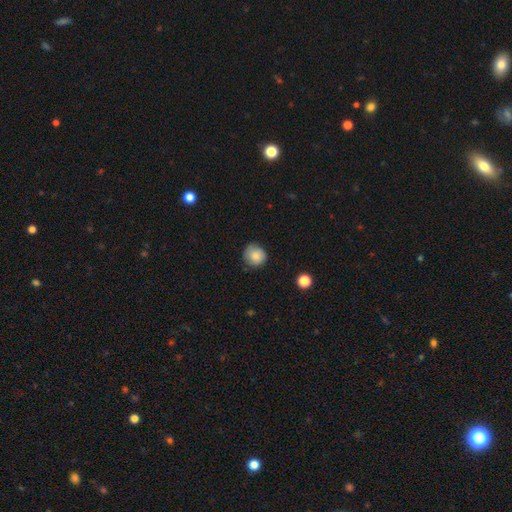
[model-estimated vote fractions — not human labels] A smooth galaxy with no disk features (84%) that is round (88%). Merging: none (74%).